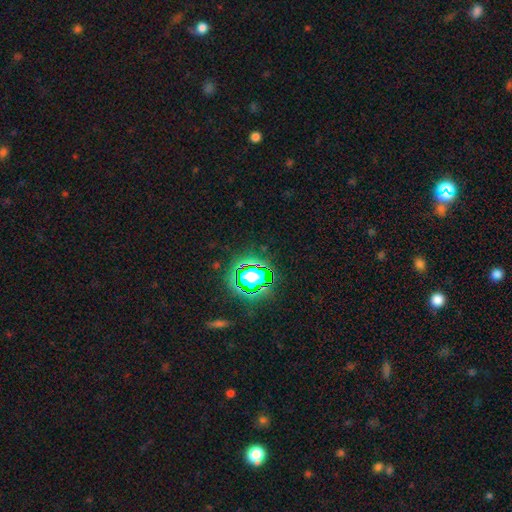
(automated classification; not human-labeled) This is clearly a star or artifact rather than a galaxy (80%).